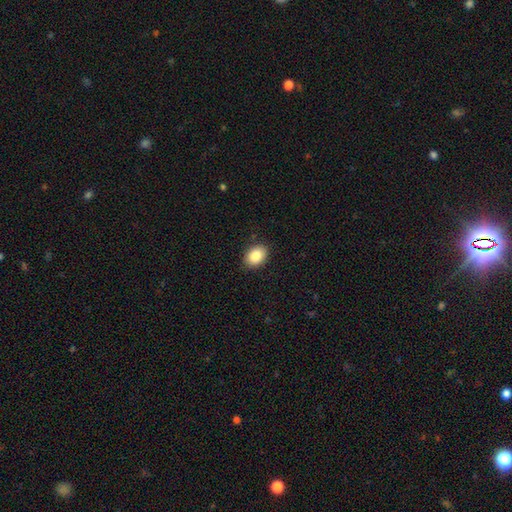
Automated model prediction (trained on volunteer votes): smooth_or_featured: smooth (p=0.86) [alt: star or artifact p=0.08]
how_rounded: in between (p=0.76) [alt: round p=0.23]
merging: none (p=0.88) [alt: minor disturbance p=0.09]